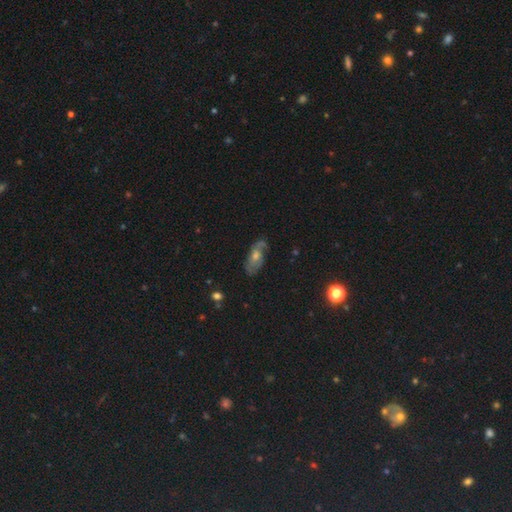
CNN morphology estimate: Smooth or featured? Predicted: featured or disk (p=0.56). Edge-on disk? Predicted: no (p=0.84). Merging? Predicted: none (p=0.69).